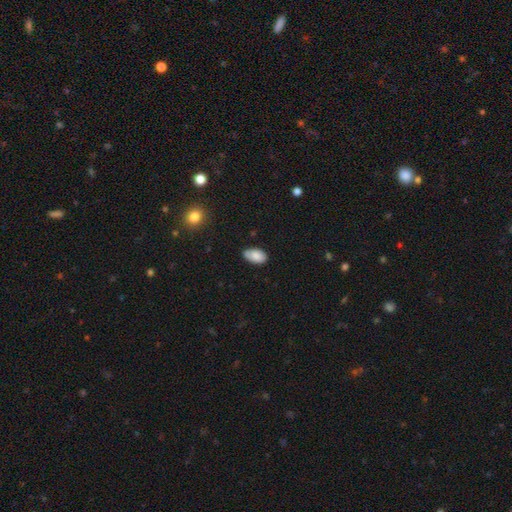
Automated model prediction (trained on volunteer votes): A smooth galaxy with no disk features (82%) that is in between round and cigar-shaped (94%).

Vote fractions:
- Smooth or featured? smooth: 82% / featured or disk: 11% / star or artifact: 7%
- How rounded? in between: 94% / round: 5% / cigar-shaped: 2%
- Merging? none: 65% / minor disturbance: 28% / major disturbance: 5% / merger: 3%